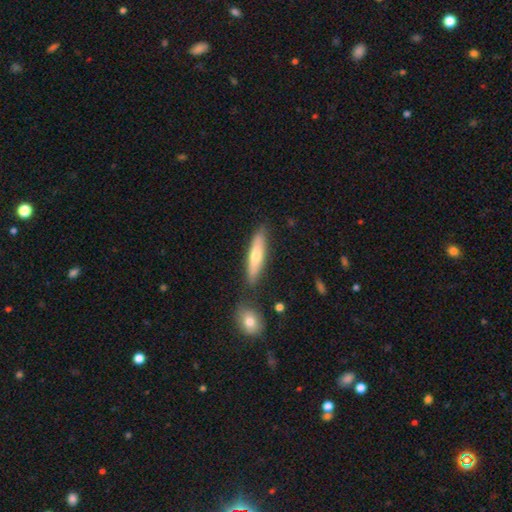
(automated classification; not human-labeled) Smooth or featured: smooth — 55% (featured or disk — 39%)
How rounded: cigar-shaped — 83% (in between — 16%)
Merging: none — 81% (minor disturbance — 10%)